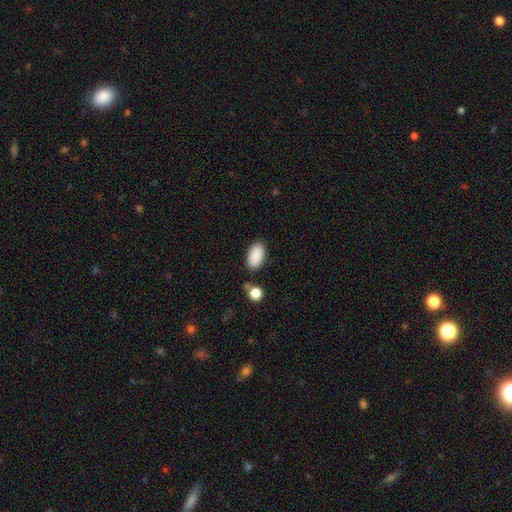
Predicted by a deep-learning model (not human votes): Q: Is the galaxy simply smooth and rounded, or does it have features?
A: smooth — 90%.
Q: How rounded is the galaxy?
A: in between — 95%.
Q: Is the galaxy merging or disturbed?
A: none — 81%.